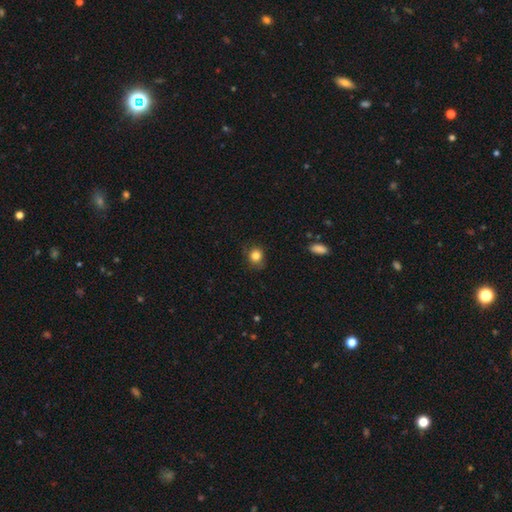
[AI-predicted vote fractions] Smooth or featured? smooth (83%)
How rounded? round (79%)
Merging? none (73%)